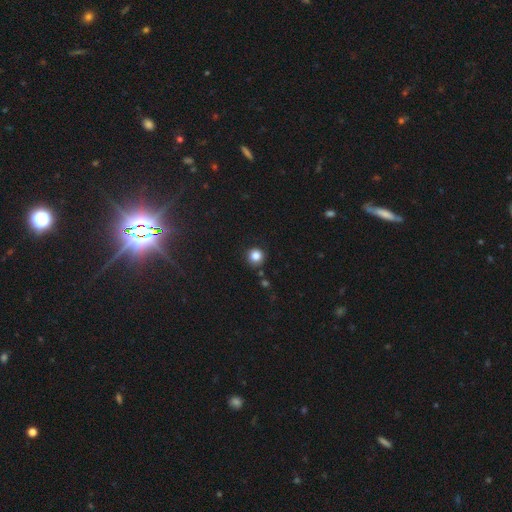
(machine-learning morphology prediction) smooth-or-featured: smooth: 84% | star or artifact: 12% | featured or disk: 4%
  how-rounded: round: 94% | in between: 5% | cigar-shaped: 1%
  merging: none: 85% | minor disturbance: 9% | merger: 3% | major disturbance: 3%